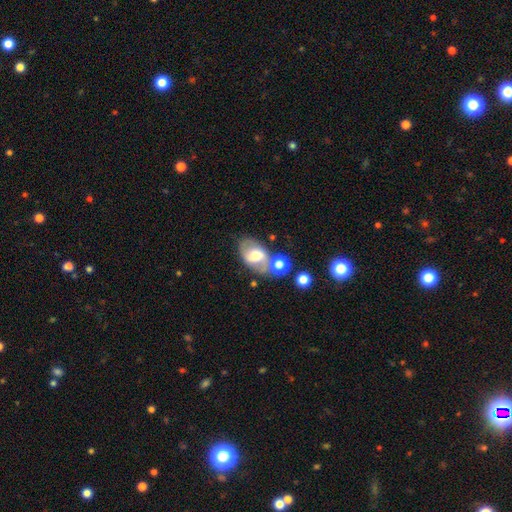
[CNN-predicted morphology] Smooth or featured?
  - smooth: 47% *
  - featured or disk: 44%
  - star or artifact: 9%
Merging?
  - none: 51% *
  - merger: 21%
  - minor disturbance: 19%
  - major disturbance: 8%